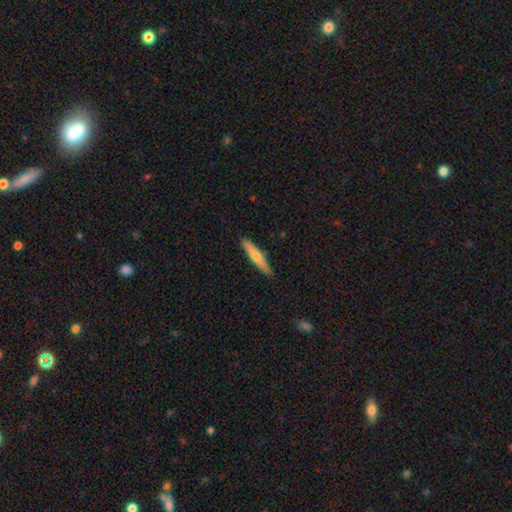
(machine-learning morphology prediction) Overall: smooth (56%; featured or disk 38%). How rounded: cigar-shaped (92%). Merging: none (89%).